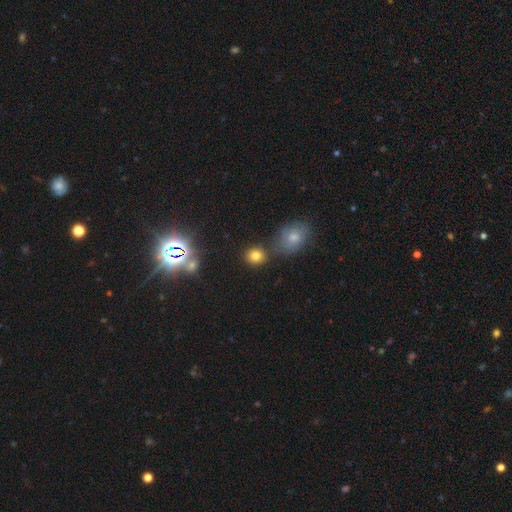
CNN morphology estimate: Overall: smooth (77%). How rounded: round (80%). Merging: none (74%).